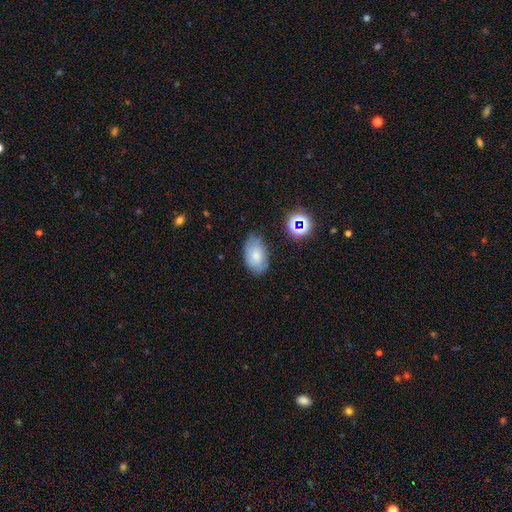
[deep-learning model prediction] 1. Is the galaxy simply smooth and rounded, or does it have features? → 73% smooth, 16% featured or disk, 11% star or artifact.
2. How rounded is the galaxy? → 91% in between, 7% round, 1% cigar-shaped.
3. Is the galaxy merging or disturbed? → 72% none, 21% minor disturbance, 5% major disturbance, 2% merger.